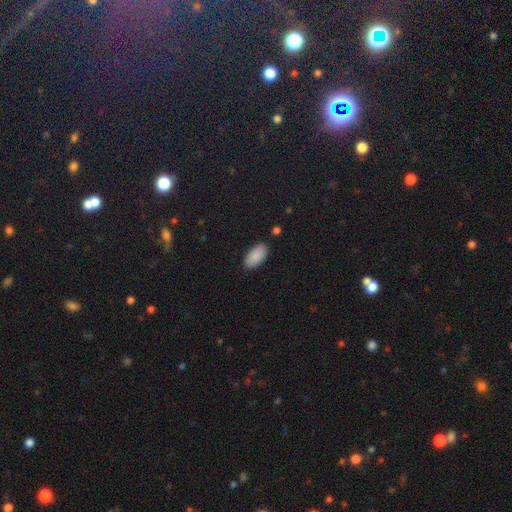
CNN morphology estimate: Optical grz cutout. It shows a smooth galaxy with no disk features (89%) that is in between round and cigar-shaped (94%). Merging: none (85%).